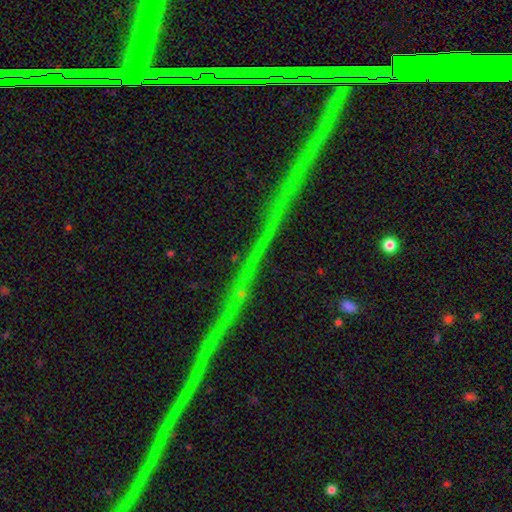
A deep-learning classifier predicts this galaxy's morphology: The model was most divided on "smooth or featured": star or artifact: 82%, featured or disk: 12%, smooth: 6%.